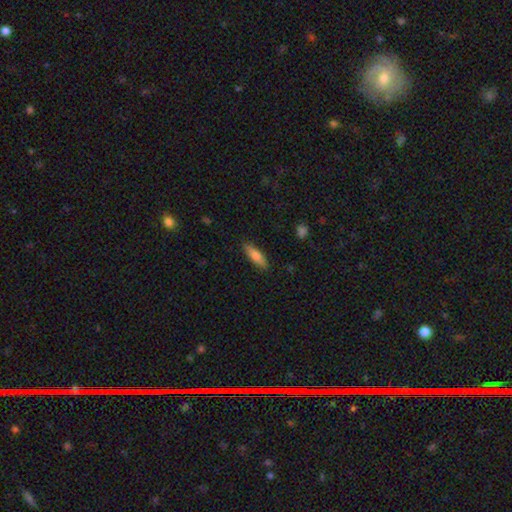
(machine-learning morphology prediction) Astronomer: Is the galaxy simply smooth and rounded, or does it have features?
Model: smooth — 72%.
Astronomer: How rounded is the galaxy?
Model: cigar-shaped — 63%.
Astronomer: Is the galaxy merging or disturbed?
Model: none — 88%.